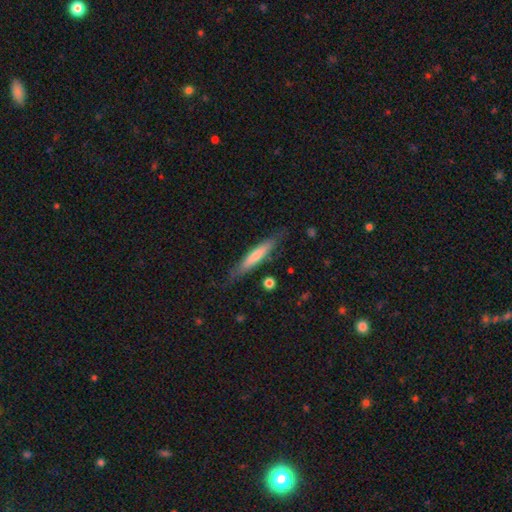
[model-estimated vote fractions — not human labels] smooth-or-featured: smooth: 63% | featured or disk: 31% | star or artifact: 6%
  how-rounded: cigar-shaped: 89% | in between: 10% | round: 1%
  merging: none: 77% | minor disturbance: 16% | major disturbance: 4% | merger: 2%